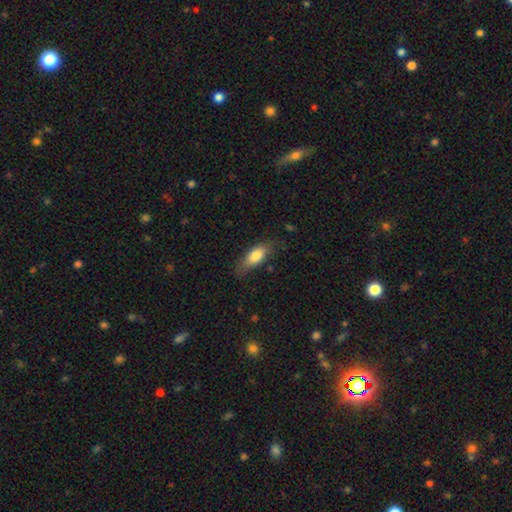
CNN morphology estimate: smooth 78%, featured or disk 15%, star or artifact 7%. Down the decision tree: how rounded — in between (75%); merging — none (68%).